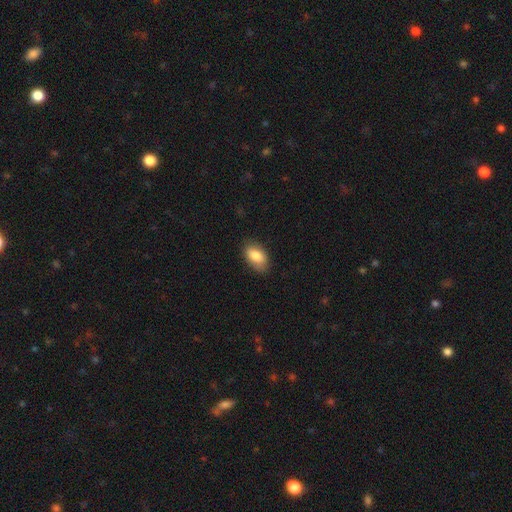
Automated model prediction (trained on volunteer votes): Smooth or featured? smooth (83%)
How rounded? in between (92%)
Merging? none (80%)